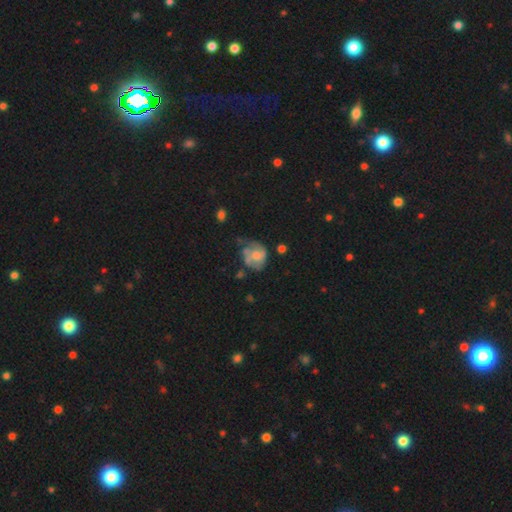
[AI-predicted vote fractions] This appears to be a featured or disk galaxy (57%) with no bar (78%), spiral arms (60%) and a moderate central bulge (53%). Merging: none (38%).